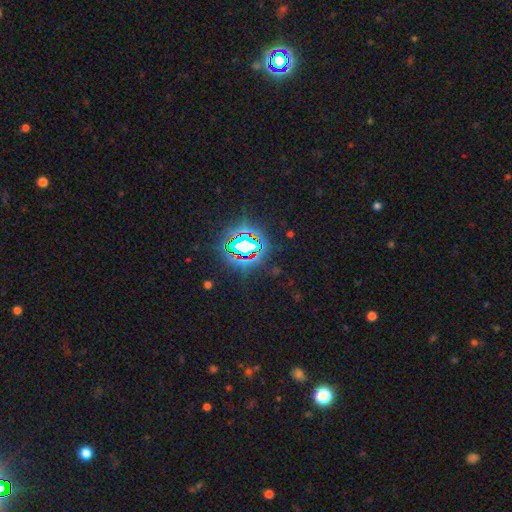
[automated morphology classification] Smooth or featured?
  - star or artifact: 80% *
  - smooth: 12%
  - featured or disk: 8%